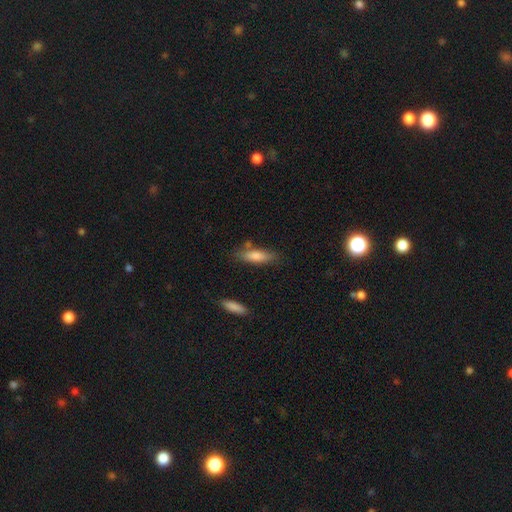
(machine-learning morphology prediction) smooth_or_featured: smooth (p=0.79) [alt: featured or disk p=0.15]
how_rounded: cigar-shaped (p=0.53) [alt: in between p=0.45]
merging: none (p=0.75) [alt: minor disturbance p=0.15]